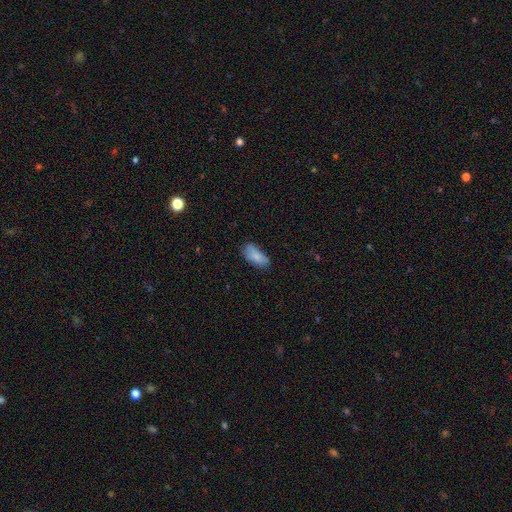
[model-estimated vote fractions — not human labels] smooth 83%, featured or disk 10%, star or artifact 7%. Down the decision tree: how rounded — in between (88%); merging — none (66%).